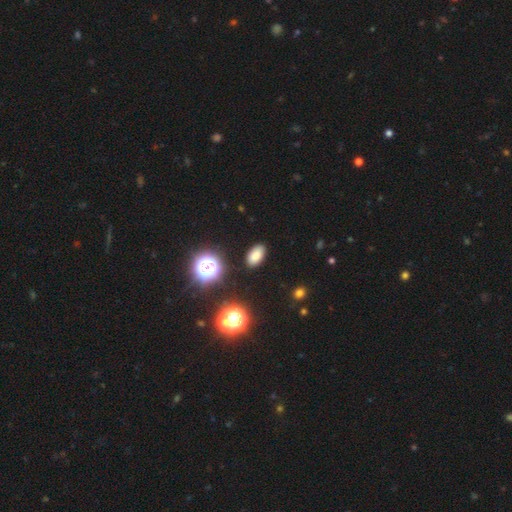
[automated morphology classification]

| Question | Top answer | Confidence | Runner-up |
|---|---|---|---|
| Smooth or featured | smooth | 79% | star or artifact (15%) |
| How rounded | in between | 90% | round (8%) |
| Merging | none | 88% | minor disturbance (8%) |